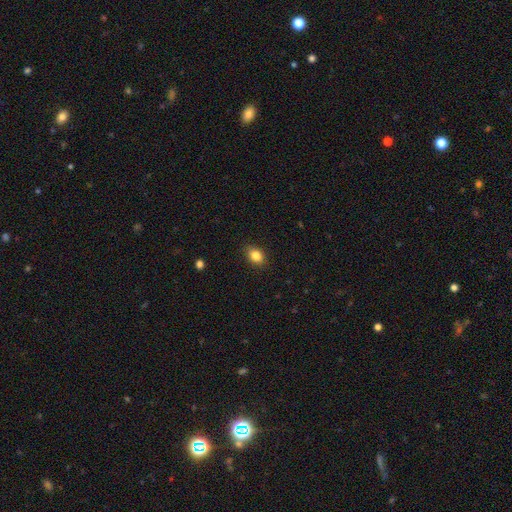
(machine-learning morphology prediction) type=smooth (85%); roundness=in between (66%); merging=none (86%).